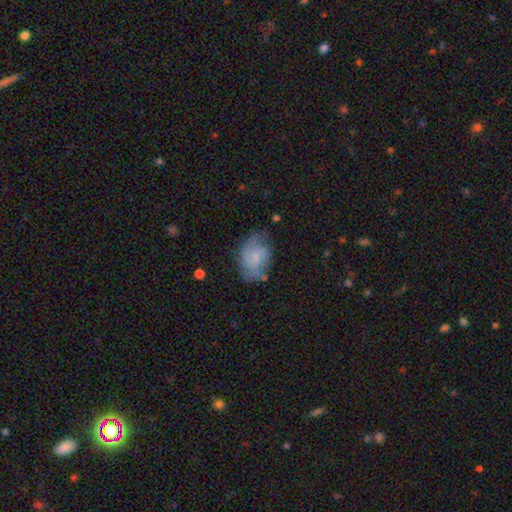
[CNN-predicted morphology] type=featured or disk (48%); merging=none (55%).